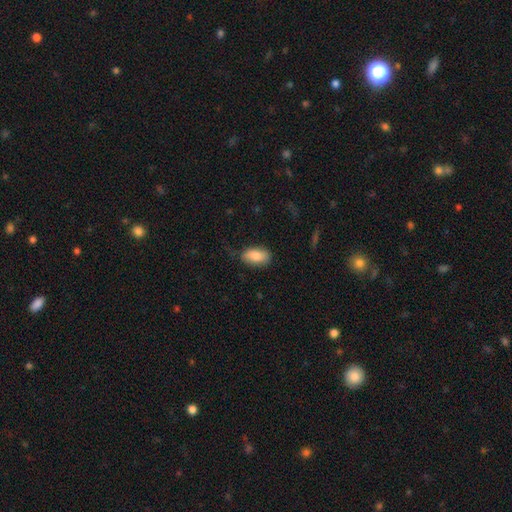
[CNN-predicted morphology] A smooth galaxy with no disk features (86%) that is in between round and cigar-shaped (93%). Merging: none (73%).